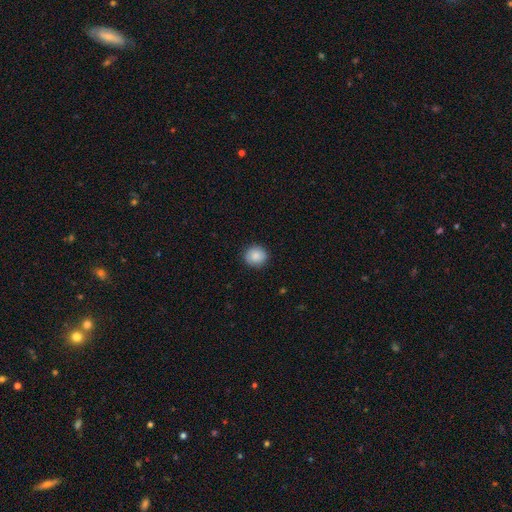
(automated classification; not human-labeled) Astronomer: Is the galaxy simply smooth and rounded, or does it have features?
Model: smooth — 87%.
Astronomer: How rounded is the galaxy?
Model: round — 87%.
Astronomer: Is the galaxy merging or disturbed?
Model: none — 90%.